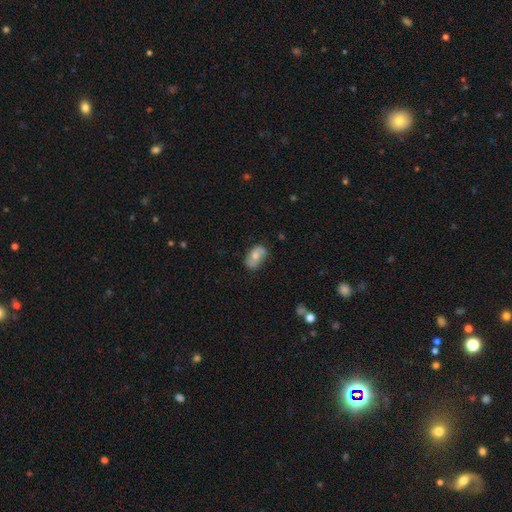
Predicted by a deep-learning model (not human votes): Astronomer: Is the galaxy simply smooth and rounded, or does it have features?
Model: smooth — 53% (runner-up: featured or disk, 39%).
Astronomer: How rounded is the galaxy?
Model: in between — 86%.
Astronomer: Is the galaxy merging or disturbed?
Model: none — 70%.